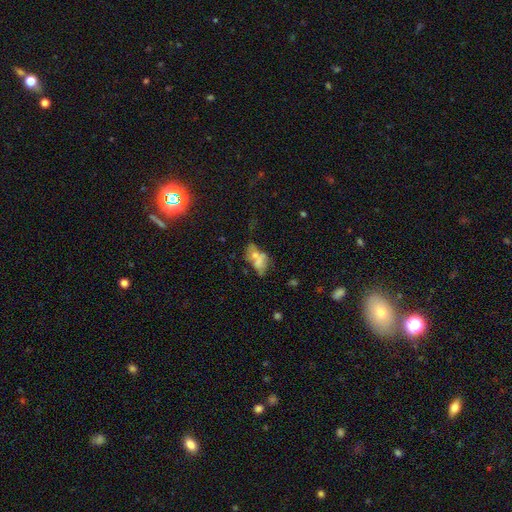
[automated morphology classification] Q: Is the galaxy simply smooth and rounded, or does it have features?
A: smooth — 43%.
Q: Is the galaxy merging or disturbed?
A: merger — 35%.